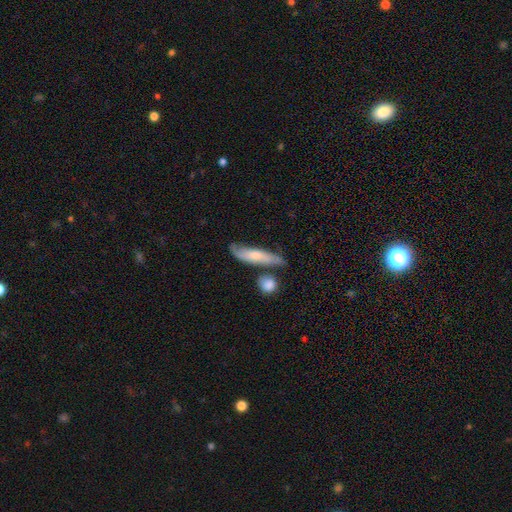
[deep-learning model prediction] The model was most divided on "smooth or featured": smooth: 55%, featured or disk: 39%, star or artifact: 6%. More confident: how rounded — cigar-shaped (72%); merging — none (57%).